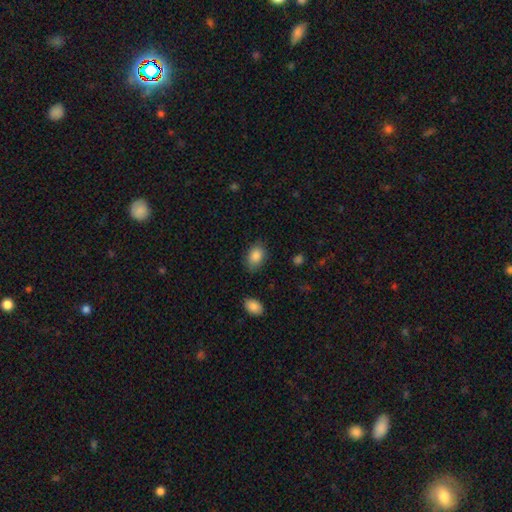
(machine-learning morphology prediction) This appears to be a smooth galaxy with no disk features (86%) that is in between round and cigar-shaped (82%). Merging: none (79%).